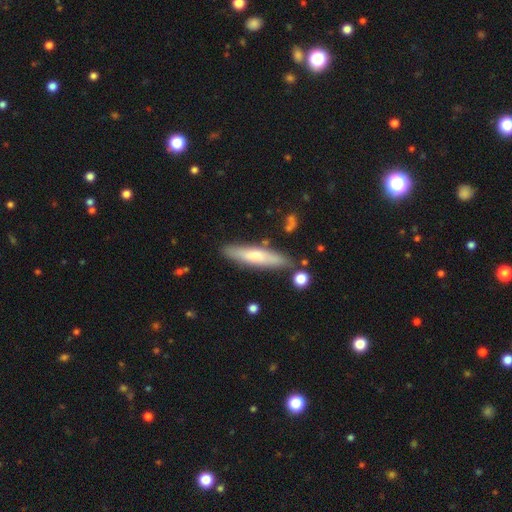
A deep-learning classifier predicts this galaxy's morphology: Smooth or featured?
  - smooth: 59% *
  - featured or disk: 35%
  - star or artifact: 6%
How rounded?
  - cigar-shaped: 82% *
  - in between: 16%
  - round: 2%
Merging?
  - none: 82% *
  - minor disturbance: 12%
  - merger: 4%
  - major disturbance: 2%